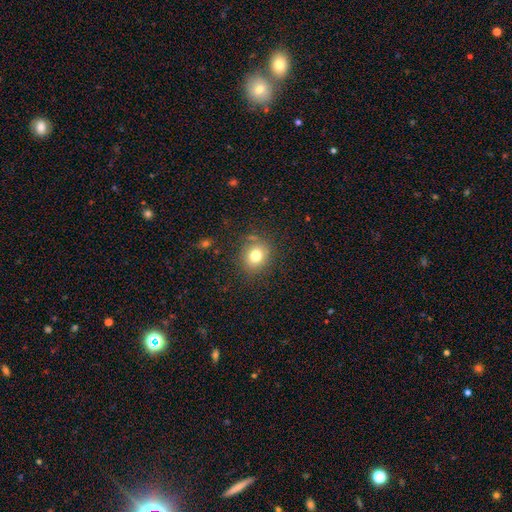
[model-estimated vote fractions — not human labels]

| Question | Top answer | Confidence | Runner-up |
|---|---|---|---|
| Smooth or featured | smooth | 77% | star or artifact (13%) |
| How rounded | round | 74% | in between (25%) |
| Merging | none | 81% | minor disturbance (12%) |